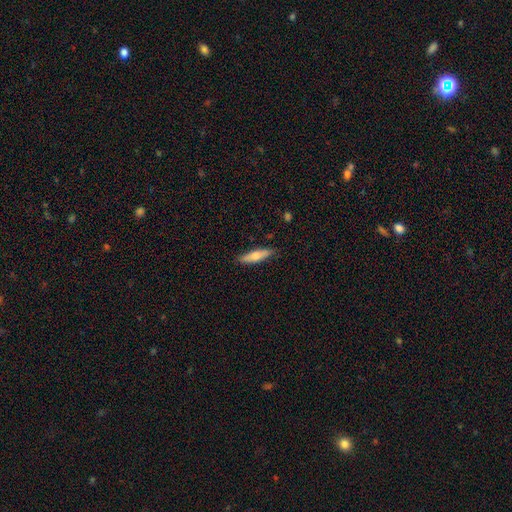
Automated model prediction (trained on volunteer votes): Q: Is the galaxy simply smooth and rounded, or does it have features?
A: smooth — 62%.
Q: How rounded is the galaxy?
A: cigar-shaped — 69%.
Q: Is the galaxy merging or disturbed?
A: none — 86%.